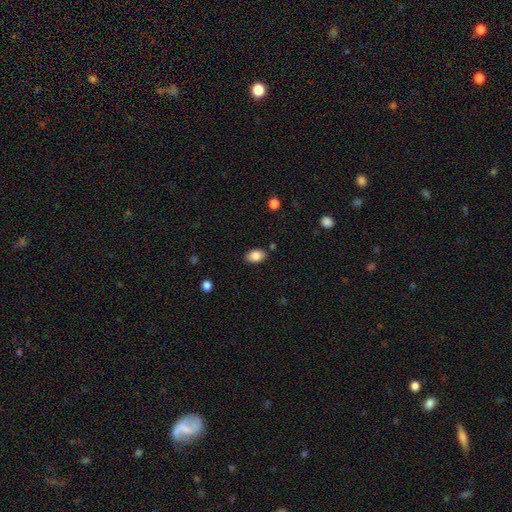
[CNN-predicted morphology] smooth_or_featured: smooth (p=0.86) [alt: star or artifact p=0.08]
how_rounded: in between (p=0.89) [alt: round p=0.10]
merging: none (p=0.83) [alt: minor disturbance p=0.12]